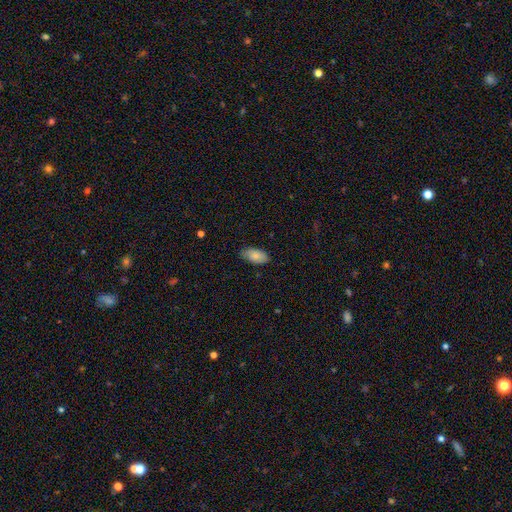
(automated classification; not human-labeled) Smooth or featured?
  - smooth: 83% *
  - featured or disk: 10%
  - star or artifact: 6%
How rounded?
  - in between: 94% *
  - cigar-shaped: 4%
  - round: 2%
Merging?
  - none: 83% *
  - minor disturbance: 14%
  - major disturbance: 2%
  - merger: 1%